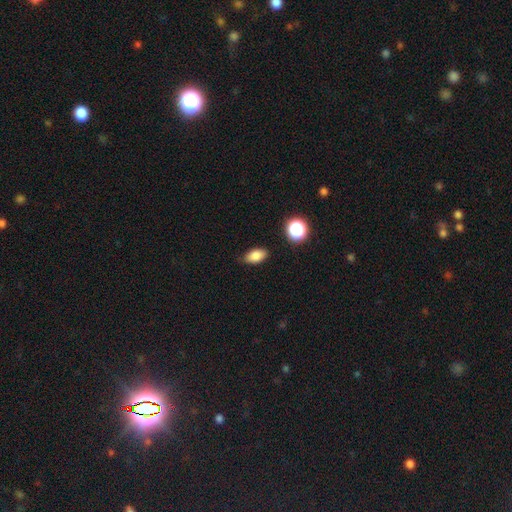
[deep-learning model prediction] Smooth or featured? smooth (83%)
How rounded? in between (88%)
Merging? none (81%)